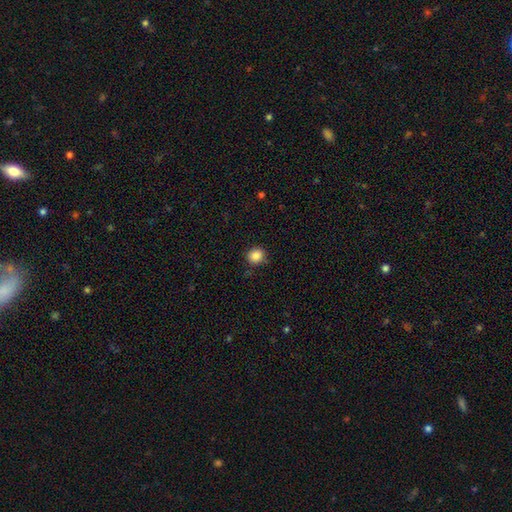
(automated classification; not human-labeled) A smooth galaxy with no disk features (86%) that is round (83%). Merging: none (85%).